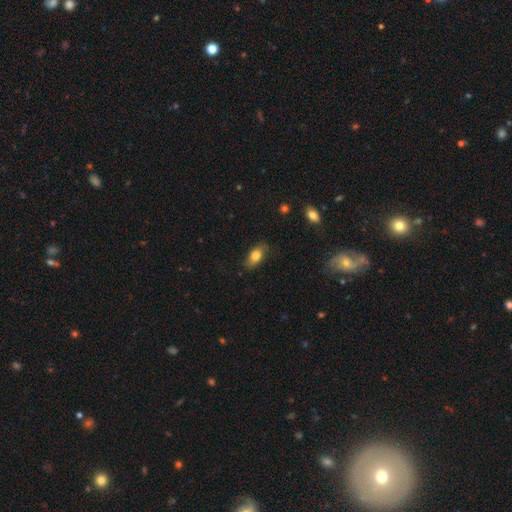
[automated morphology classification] Smooth or featured?
  - smooth: 78% *
  - featured or disk: 14%
  - star or artifact: 8%
How rounded?
  - in between: 87% *
  - cigar-shaped: 7%
  - round: 6%
Merging?
  - none: 79% *
  - minor disturbance: 17%
  - major disturbance: 3%
  - merger: 1%